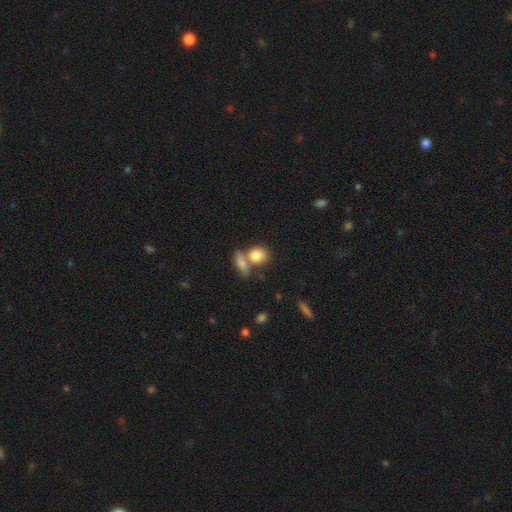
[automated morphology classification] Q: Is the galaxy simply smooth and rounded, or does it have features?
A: smooth — 81%.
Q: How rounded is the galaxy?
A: round — 57%.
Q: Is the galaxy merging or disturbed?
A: none — 44%.